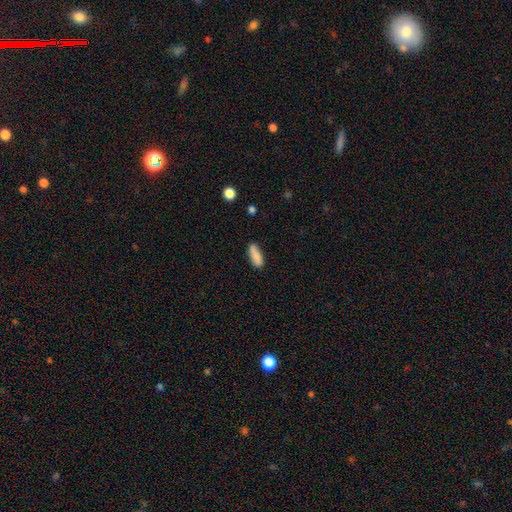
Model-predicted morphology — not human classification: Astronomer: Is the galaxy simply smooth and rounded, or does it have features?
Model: smooth — 86%.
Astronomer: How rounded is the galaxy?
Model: in between — 58% (runner-up: cigar-shaped, 40%).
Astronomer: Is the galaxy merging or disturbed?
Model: none — 76%.